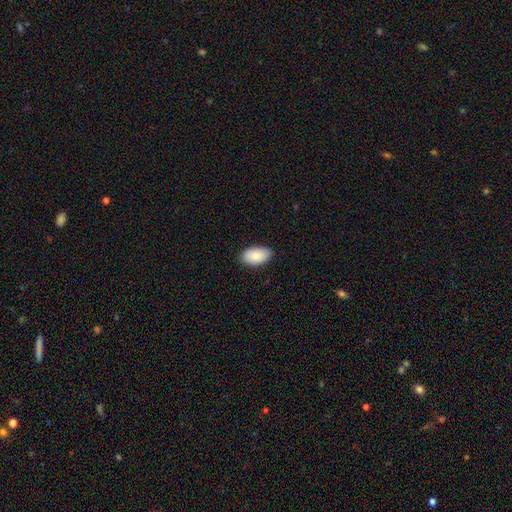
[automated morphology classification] smooth 87%, featured or disk 7%, star or artifact 6%. Down the decision tree: how rounded — in between (95%); merging — none (88%).